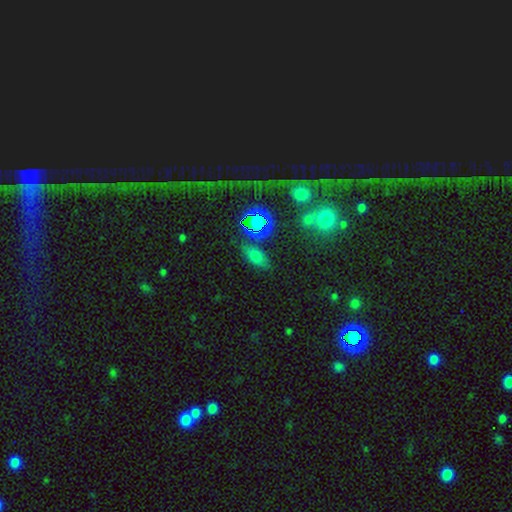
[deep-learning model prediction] Smooth or featured?
  - smooth: 61% *
  - star or artifact: 27%
  - featured or disk: 12%
How rounded?
  - in between: 80% *
  - cigar-shaped: 11%
  - round: 10%
Merging?
  - none: 77% *
  - minor disturbance: 14%
  - major disturbance: 5%
  - merger: 5%